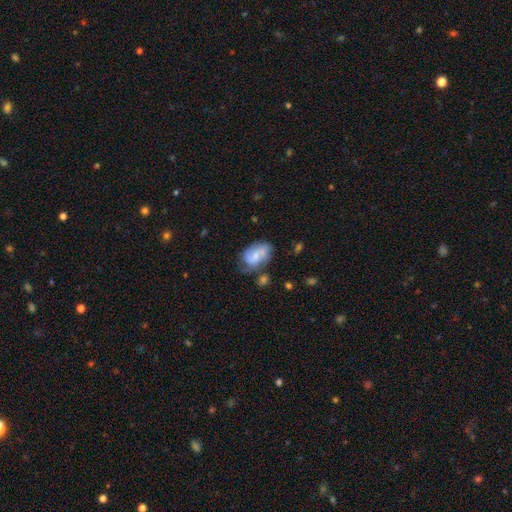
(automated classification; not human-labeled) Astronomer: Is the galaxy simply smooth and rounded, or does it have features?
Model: featured or disk — 47% (runner-up: smooth, 45%).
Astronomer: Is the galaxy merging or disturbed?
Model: none — 47% (runner-up: minor disturbance, 30%).